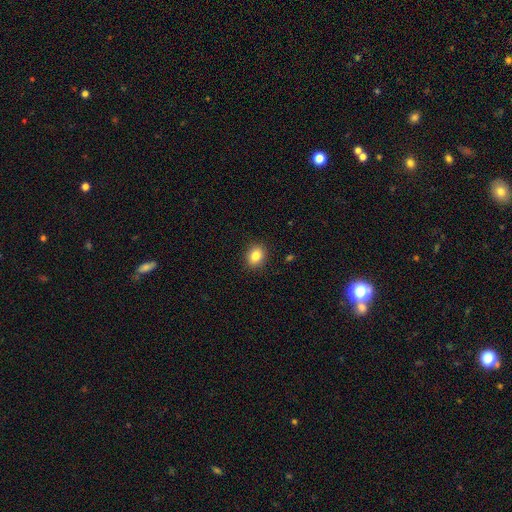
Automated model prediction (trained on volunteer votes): Smooth or featured? smooth (84%)
How rounded? round (50%)
Merging? none (90%)